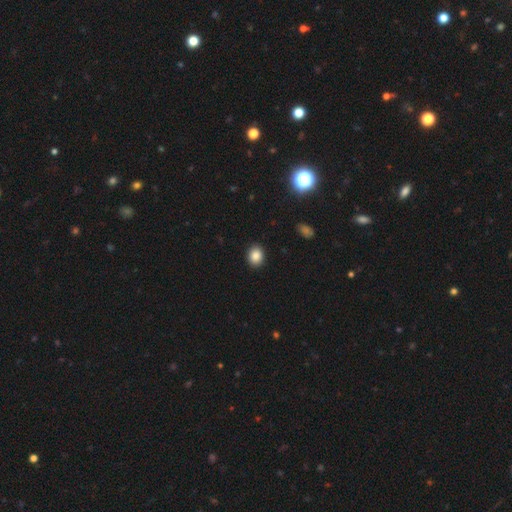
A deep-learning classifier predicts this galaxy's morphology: smooth 87%, star or artifact 9%, featured or disk 4%. Down the decision tree: how rounded — in between (51%); merging — none (91%).